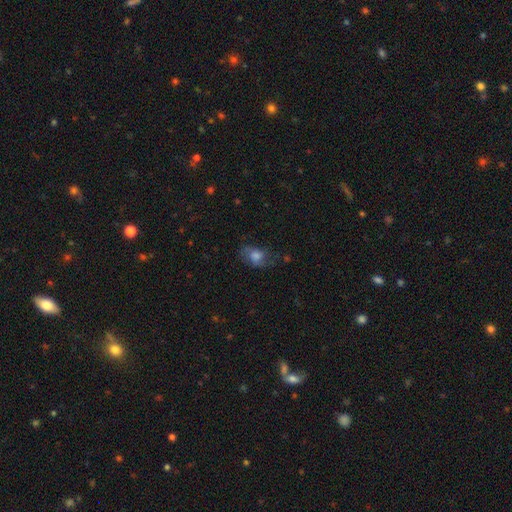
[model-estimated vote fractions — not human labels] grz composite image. It shows a smooth galaxy with no disk features (56%) that is in between round and cigar-shaped (70%). Merging: none (53%).